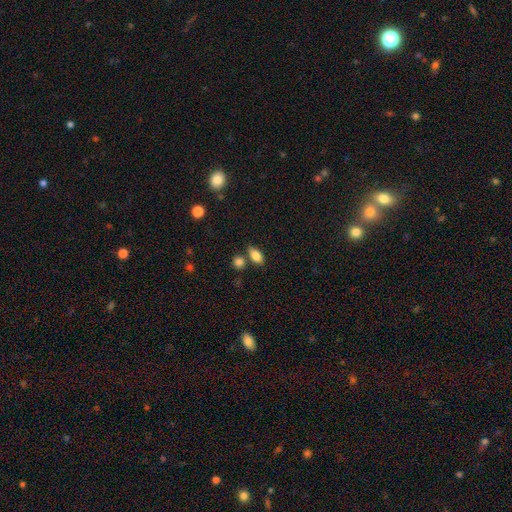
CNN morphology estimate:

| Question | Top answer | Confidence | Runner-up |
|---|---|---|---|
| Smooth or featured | smooth | 83% | featured or disk (9%) |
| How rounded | in between | 86% | round (7%) |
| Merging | none | 69% | merger (14%) |